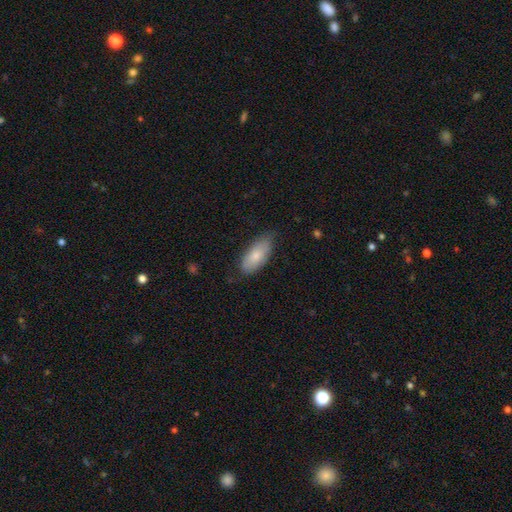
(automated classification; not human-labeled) Morphology: type=smooth (78%); roundness=in between (88%); merging=none (70%).